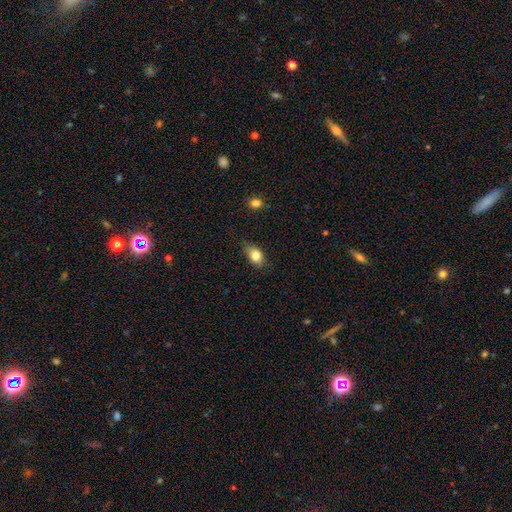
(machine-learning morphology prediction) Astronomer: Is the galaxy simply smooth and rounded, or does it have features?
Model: smooth — 80%.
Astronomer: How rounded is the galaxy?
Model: in between — 74%.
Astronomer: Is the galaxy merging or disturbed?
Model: none — 64%.